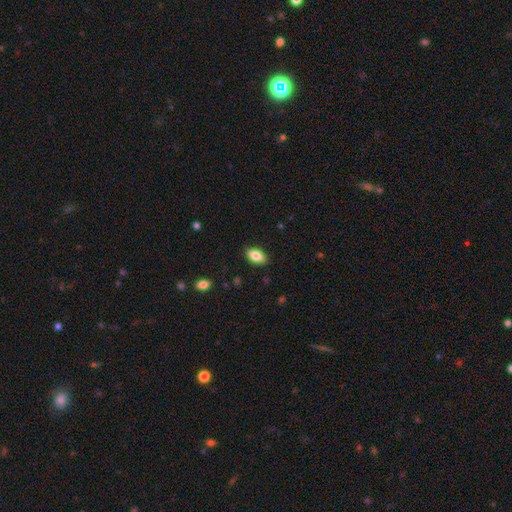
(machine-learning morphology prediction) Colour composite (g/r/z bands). It shows a smooth galaxy with no disk features (82%) that is in between round and cigar-shaped (90%). Merging: none (88%).